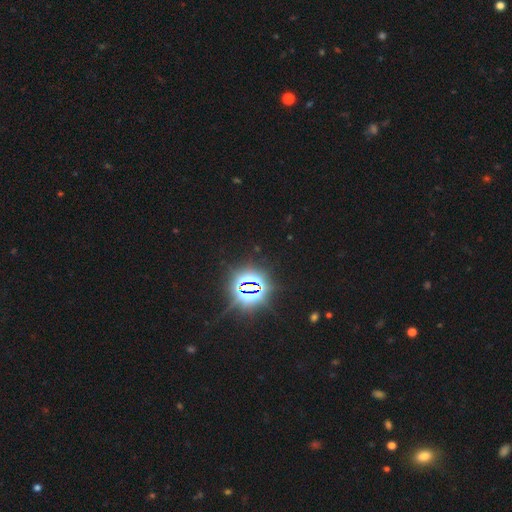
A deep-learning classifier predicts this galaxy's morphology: smooth-or-featured: star or artifact: 84% | smooth: 11% | featured or disk: 6%